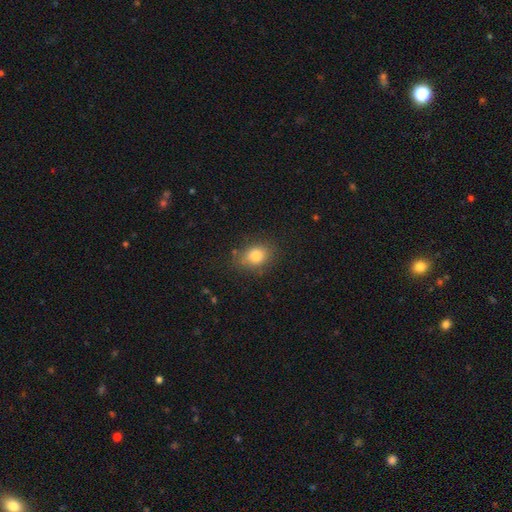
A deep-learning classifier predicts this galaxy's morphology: A smooth galaxy with no disk features (80%) that is in between round and cigar-shaped (59%).

Vote fractions:
- Smooth or featured? smooth: 80% / star or artifact: 11% / featured or disk: 9%
- How rounded? in between: 59% / round: 39% / cigar-shaped: 1%
- Merging? none: 80% / minor disturbance: 15% / major disturbance: 4% / merger: 2%